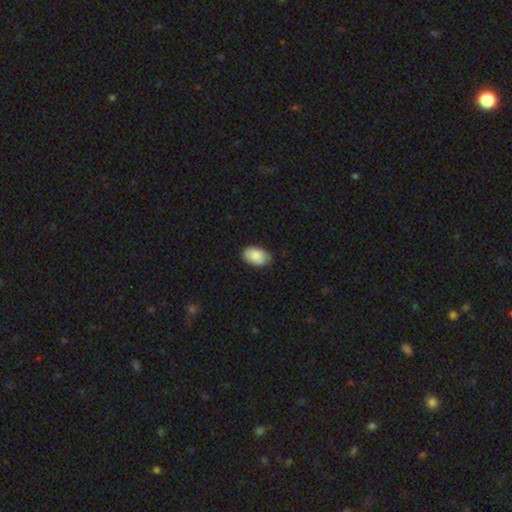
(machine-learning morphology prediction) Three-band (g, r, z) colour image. It shows a smooth galaxy with no disk features (86%) that is in between round and cigar-shaped (91%). Merging: none (78%).